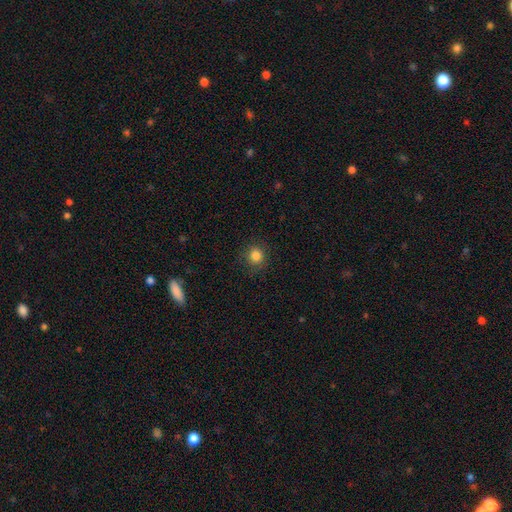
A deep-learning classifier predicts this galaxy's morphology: This is clearly a smooth galaxy (84%). How rounded: clearly round (89%). Merging: clearly none (89%).